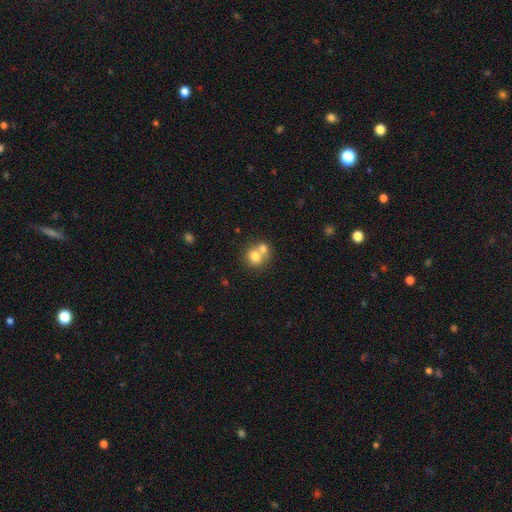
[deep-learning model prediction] Morphology: type=smooth (74%); roundness=round (76%); merging=merger (56%).